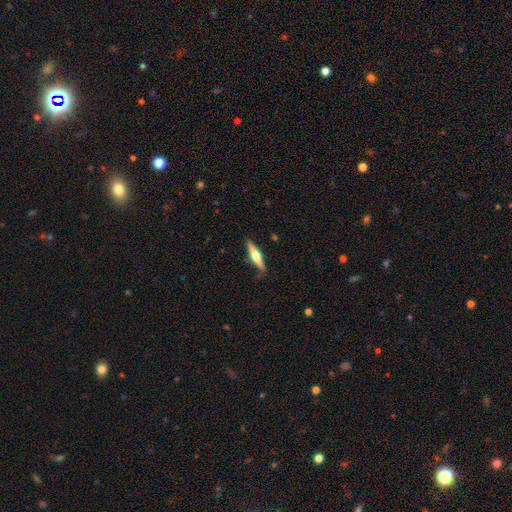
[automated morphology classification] Smooth or featured? featured or disk (62%)
Edge-on disk? yes (97%)
Edge-on bulge? rounded (92%)
Merging? none (87%)